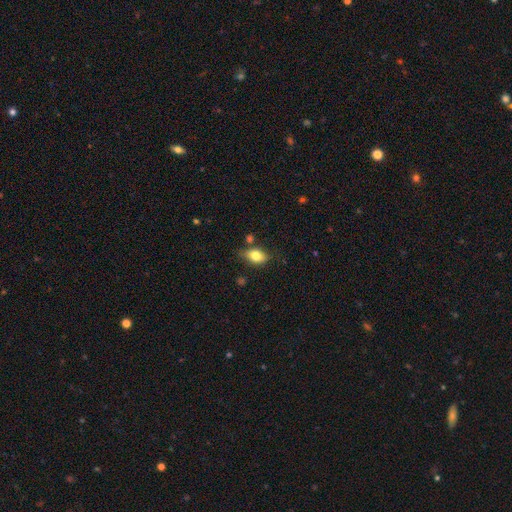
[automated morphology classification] Smooth or featured?
  - smooth: 76% *
  - featured or disk: 16%
  - star or artifact: 8%
How rounded?
  - in between: 83% *
  - round: 13%
  - cigar-shaped: 4%
Merging?
  - none: 74% *
  - minor disturbance: 17%
  - merger: 5%
  - major disturbance: 4%